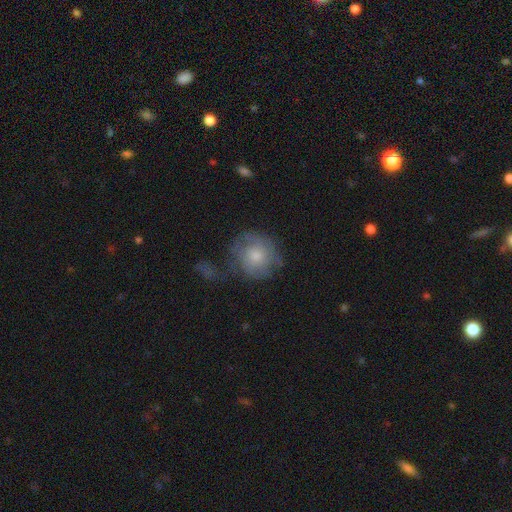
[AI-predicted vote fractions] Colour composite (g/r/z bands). It shows a smooth galaxy with no disk features (58%) that is round (83%). Merging: none (53%).